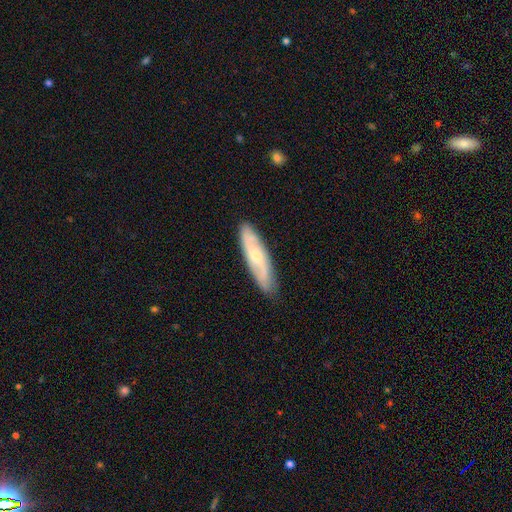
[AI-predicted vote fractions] The model was most divided on "smooth or featured": featured or disk: 60%, smooth: 35%, star or artifact: 6%. More confident: merging — none (83%); edge-on disk — no (73%).